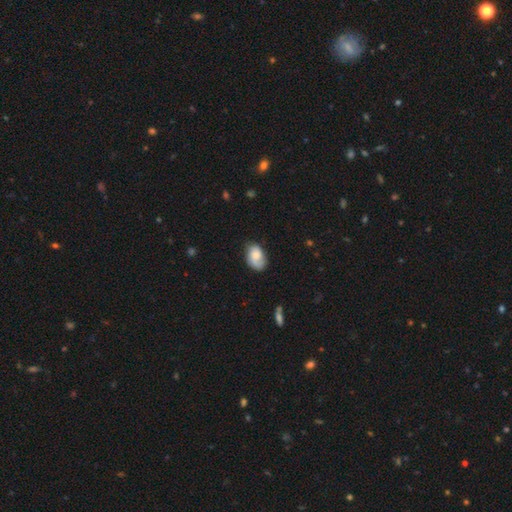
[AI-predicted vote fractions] Smooth or featured? smooth (62%)
How rounded? in between (85%)
Merging? none (63%)